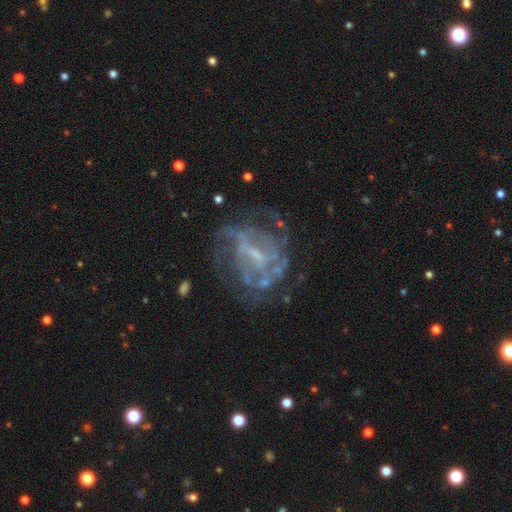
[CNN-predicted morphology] The model was most divided on "spiral winding": tight: 45%, medium: 38%, loose: 16%. Remaining: edge-on disk — no (97%); smooth or featured — featured or disk (79%); spiral arms — yes (76%); merging — none (60%); bulge size — small (52%); bar — weak (50%); spiral arm count — can't tell (47%).